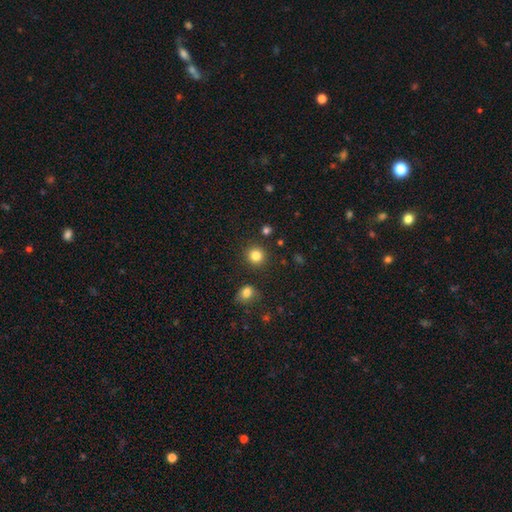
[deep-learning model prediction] Smooth or featured? smooth (84%)
How rounded? round (92%)
Merging? none (89%)